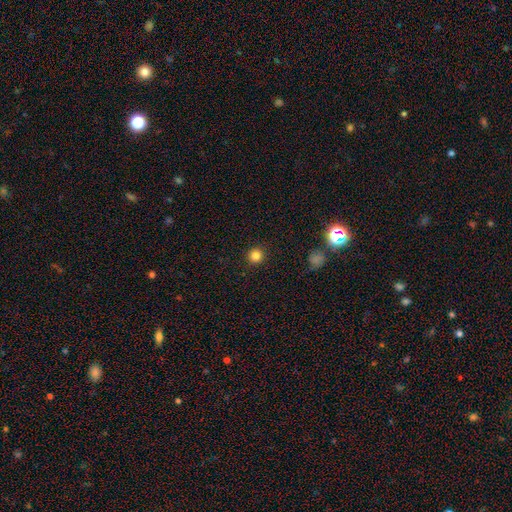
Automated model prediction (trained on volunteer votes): Smooth or featured? smooth (83%)
How rounded? round (95%)
Merging? none (92%)